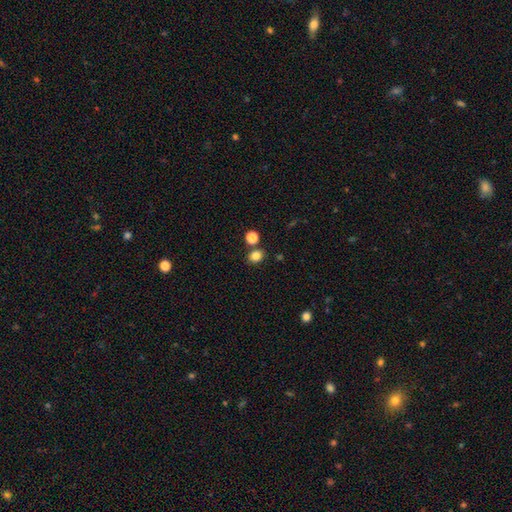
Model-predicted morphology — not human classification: Smooth or featured: smooth — 82% (star or artifact — 13%)
How rounded: round — 60% (in between — 39%)
Merging: none — 76% (merger — 12%)